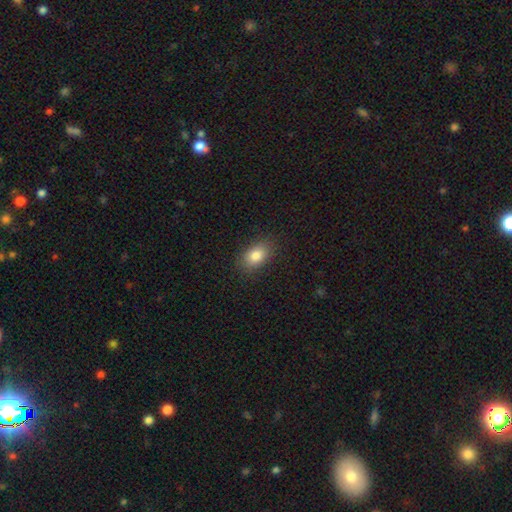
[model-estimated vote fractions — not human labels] A smooth galaxy with no disk features (82%) that is in between round and cigar-shaped (84%). Merging: none (86%).